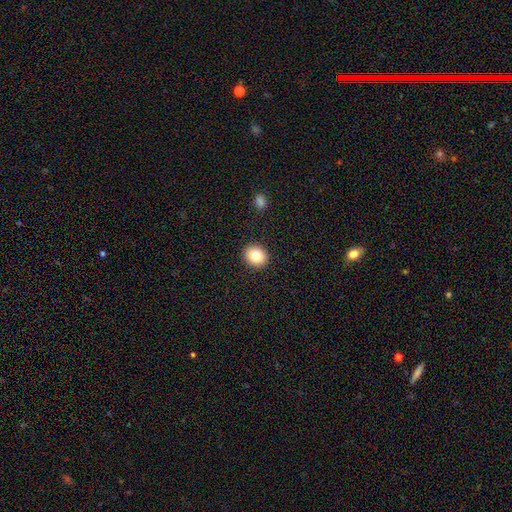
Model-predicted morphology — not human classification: The model was most divided on "how rounded": round: 72%, in between: 28%, cigar-shaped: 1%. More confident: merging — none (91%); smooth or featured — smooth (82%).